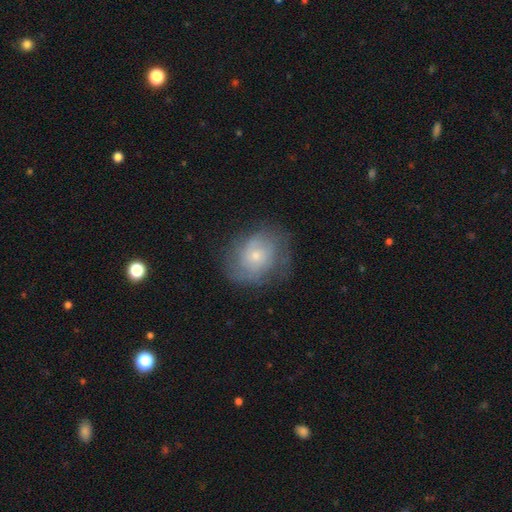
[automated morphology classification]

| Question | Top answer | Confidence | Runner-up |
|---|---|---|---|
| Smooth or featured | featured or disk | 53% | smooth (39%) |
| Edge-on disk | no | 97% | yes (3%) |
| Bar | no | 82% | weak (16%) |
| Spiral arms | yes | 72% | no (28%) |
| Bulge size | small | 66% | moderate (29%) |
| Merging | none | 65% | minor disturbance (22%) |